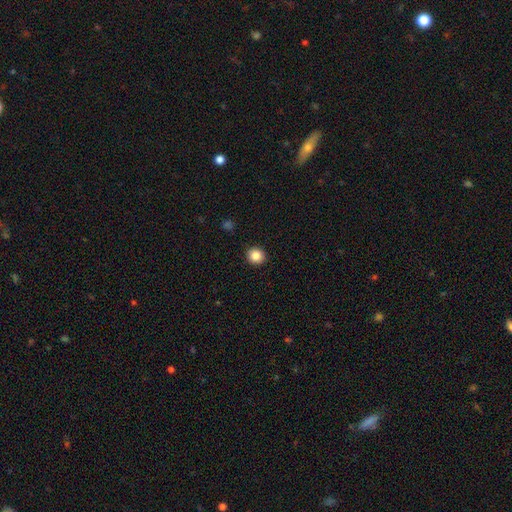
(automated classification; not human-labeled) Smooth or featured? Predicted: smooth (p=0.85). How rounded? Predicted: round (p=0.89). Merging? Predicted: none (p=0.92).